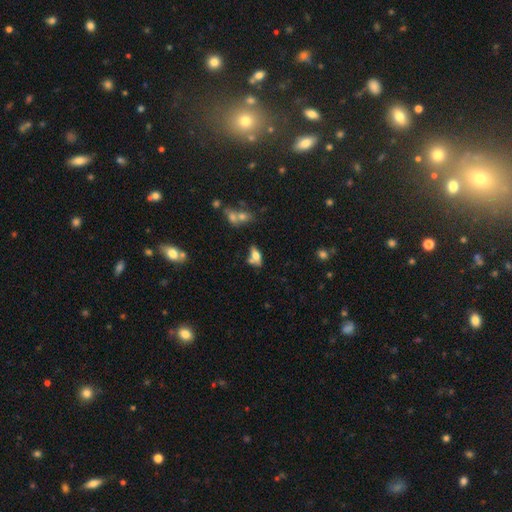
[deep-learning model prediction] This appears to be a smooth galaxy with no disk features (57%) that is in between round and cigar-shaped (77%). Merging: none (53%).